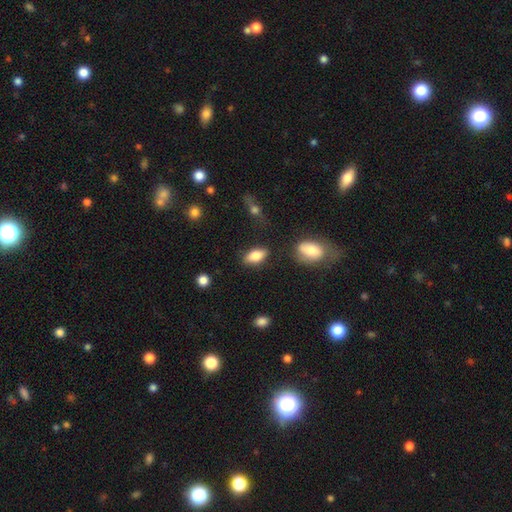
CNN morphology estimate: Overall: smooth (78%). How rounded: in between (88%). Merging: none (81%).